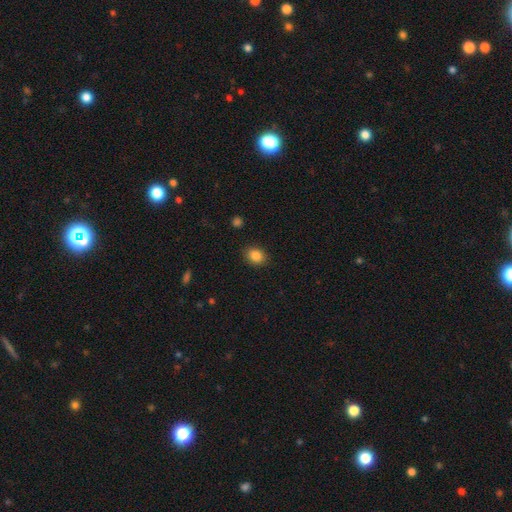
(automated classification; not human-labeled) Smooth or featured?
  - smooth: 85% *
  - star or artifact: 10%
  - featured or disk: 5%
How rounded?
  - in between: 51% *
  - round: 48%
  - cigar-shaped: 1%
Merging?
  - none: 88% *
  - minor disturbance: 8%
  - major disturbance: 2%
  - merger: 1%